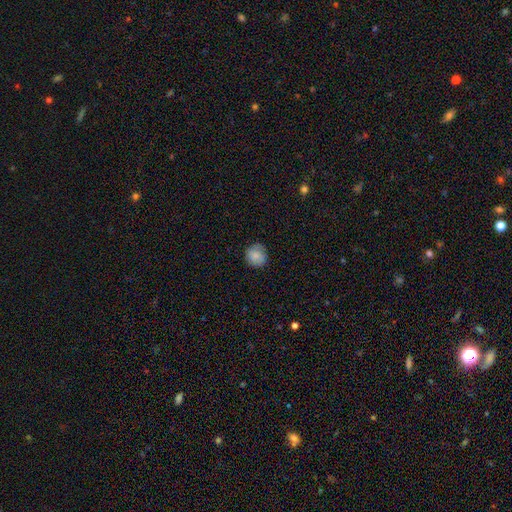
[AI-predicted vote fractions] Smooth or featured: smooth — 78% (featured or disk — 14%)
How rounded: round — 90% (in between — 9%)
Merging: none — 80% (minor disturbance — 16%)